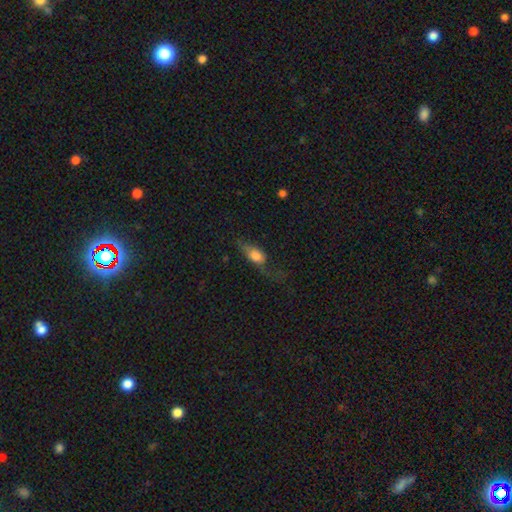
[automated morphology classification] type=smooth (64%); roundness=in between (75%); merging=major disturbance (38%).